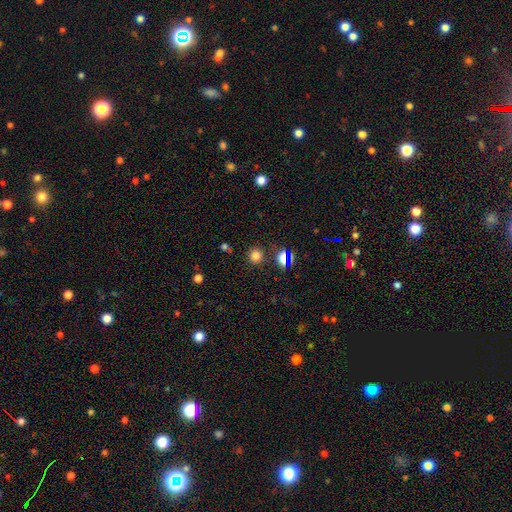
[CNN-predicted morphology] A smooth galaxy with no disk features (75%) that is round (93%).

Vote fractions:
- Smooth or featured? smooth: 75% / star or artifact: 20% / featured or disk: 5%
- How rounded? round: 93% / in between: 6% / cigar-shaped: 1%
- Merging? none: 87% / minor disturbance: 7% / merger: 3% / major disturbance: 3%